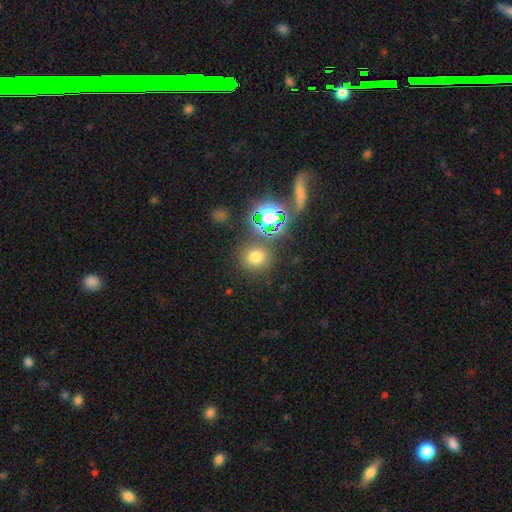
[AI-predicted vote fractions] Overall: smooth (66%). How rounded: round (85%). Merging: none (81%).